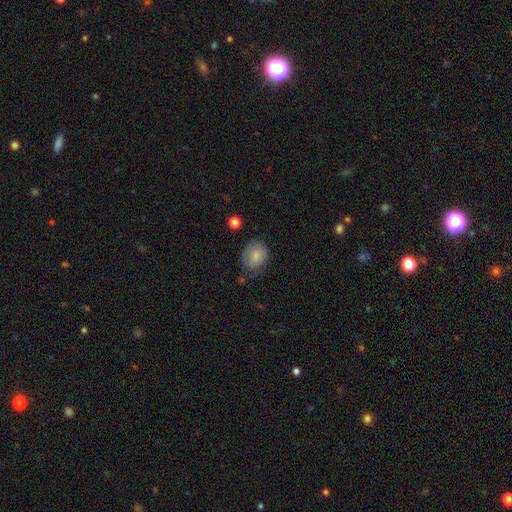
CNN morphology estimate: Smooth or featured?
  - smooth: 79% *
  - featured or disk: 14%
  - star or artifact: 8%
How rounded?
  - round: 52% *
  - in between: 47%
  - cigar-shaped: 1%
Merging?
  - none: 64% *
  - minor disturbance: 27%
  - major disturbance: 8%
  - merger: 2%